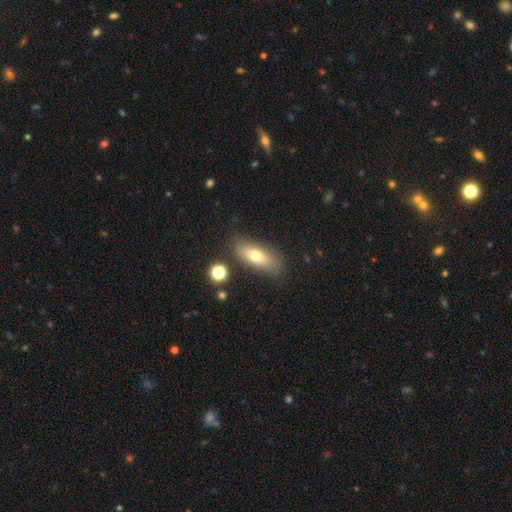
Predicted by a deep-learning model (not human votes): Smooth or featured? Predicted: smooth (p=0.69). How rounded? Predicted: in between (p=0.72). Merging? Predicted: none (p=0.78).